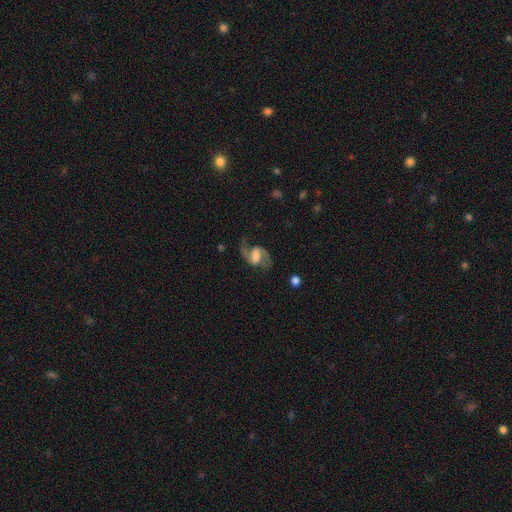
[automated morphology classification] featured or disk 85%, smooth 9%, star or artifact 6%. Down the decision tree: edge-on disk — no (97%); bar — weak (48%); spiral arms — yes (96%); spiral arm count — 2 (92%); spiral winding — medium (48%); bulge size — large (29%, tied with moderate); merging — none (73%).